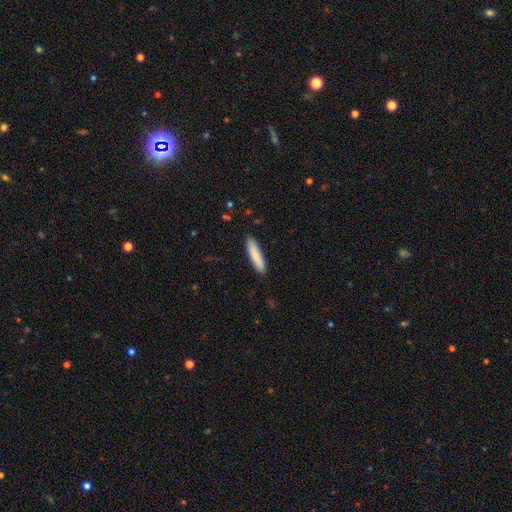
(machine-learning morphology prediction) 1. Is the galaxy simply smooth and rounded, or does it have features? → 85% smooth, 9% featured or disk, 5% star or artifact.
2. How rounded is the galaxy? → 83% cigar-shaped, 15% in between, 1% round.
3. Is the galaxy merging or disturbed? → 90% none, 8% minor disturbance, 2% major disturbance, 1% merger.